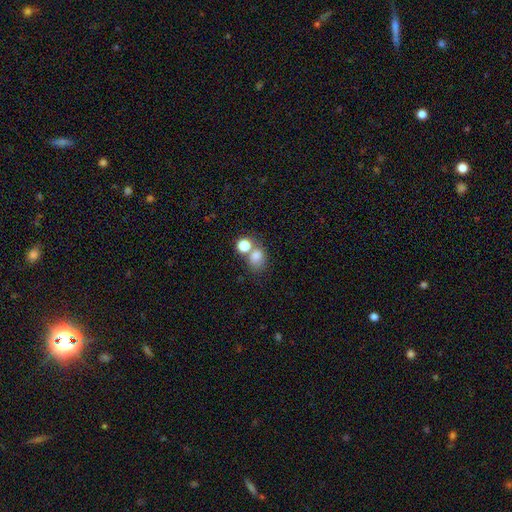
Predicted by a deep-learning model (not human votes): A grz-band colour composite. It shows a smooth galaxy with no disk features (77%) that is round (61%). Merging: none (44%).